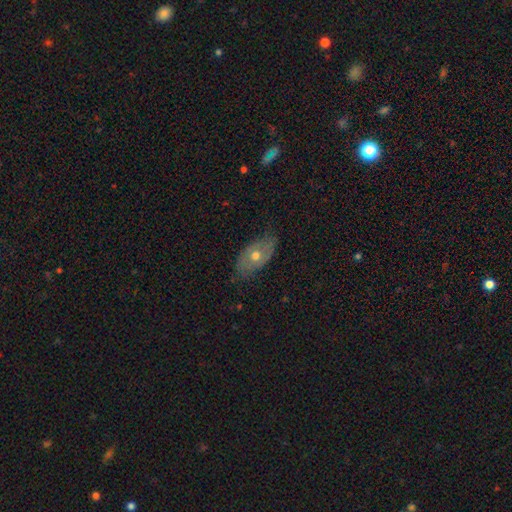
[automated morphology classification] Smooth or featured? Predicted: featured or disk (p=0.47). Merging? Predicted: none (p=0.71).